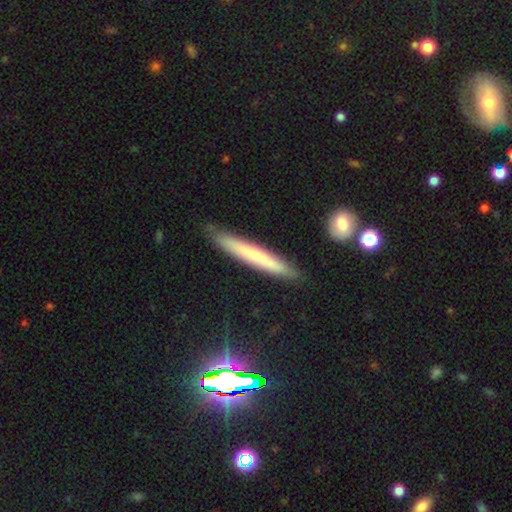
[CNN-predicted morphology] Smooth or featured? smooth (60%)
How rounded? cigar-shaped (96%)
Merging? none (88%)